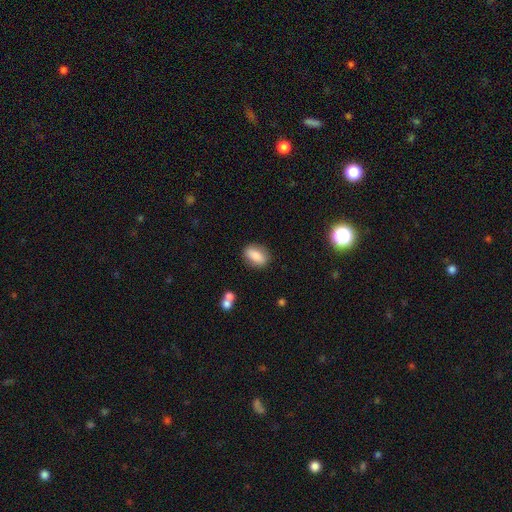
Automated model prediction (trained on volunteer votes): smooth-or-featured: smooth: 83% | featured or disk: 9% | star or artifact: 7%
  how-rounded: in between: 84% | round: 10% | cigar-shaped: 5%
  merging: none: 83% | minor disturbance: 12% | major disturbance: 3% | merger: 2%